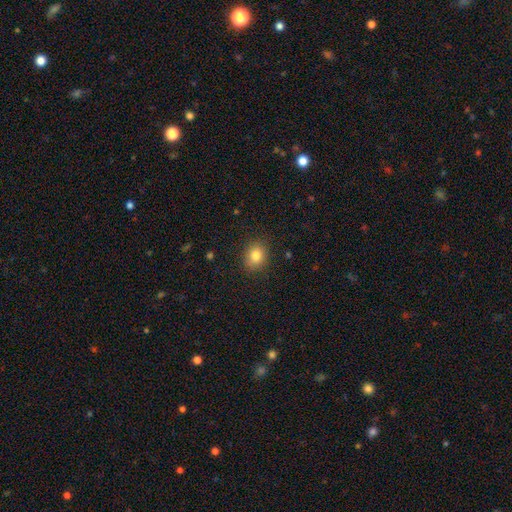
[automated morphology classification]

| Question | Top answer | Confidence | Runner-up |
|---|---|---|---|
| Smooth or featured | smooth | 82% | star or artifact (11%) |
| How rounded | round | 62% | in between (37%) |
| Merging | none | 88% | minor disturbance (9%) |